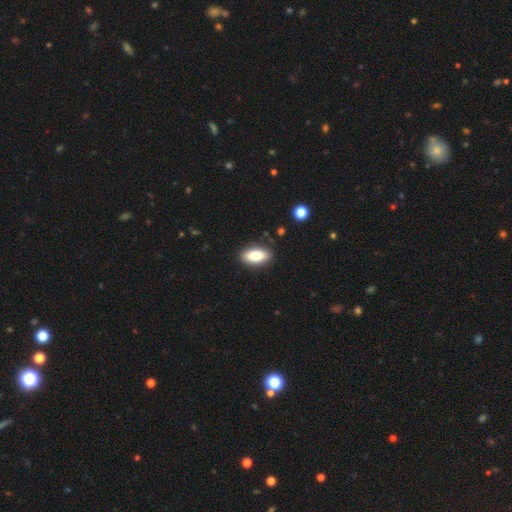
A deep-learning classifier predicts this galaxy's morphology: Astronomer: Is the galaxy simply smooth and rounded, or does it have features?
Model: smooth — 81%.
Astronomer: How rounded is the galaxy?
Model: in between — 88%.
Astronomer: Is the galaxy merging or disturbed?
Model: none — 87%.